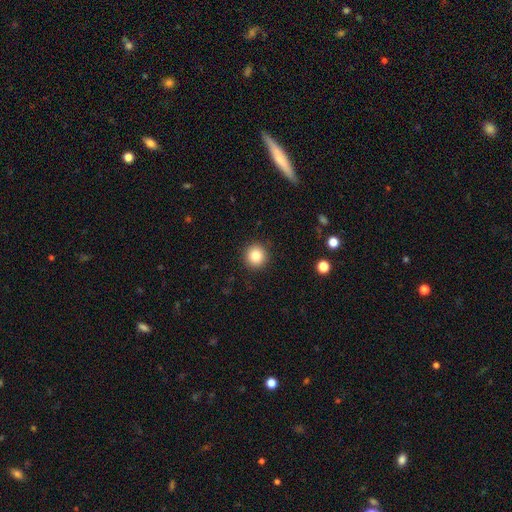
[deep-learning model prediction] Smooth or featured: smooth — 85% (star or artifact — 10%)
How rounded: round — 93% (in between — 6%)
Merging: none — 91% (minor disturbance — 6%)